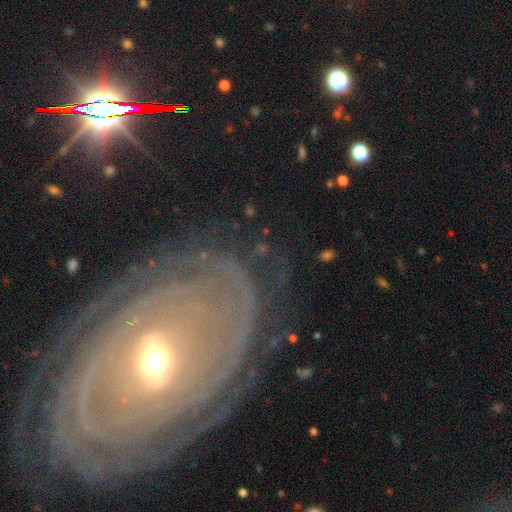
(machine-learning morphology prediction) smooth_or_featured: featured or disk (p=0.72) [alt: star or artifact p=0.15]
disk_edge_on: no (p=0.91) [alt: yes p=0.09]
bar: no (p=0.45) [alt: weak p=0.31]
has_spiral_arms: yes (p=0.75) [alt: no p=0.25]
bulge_size: moderate (p=0.65) [alt: small p=0.23]
merging: none (p=0.75) [alt: minor disturbance p=0.13]